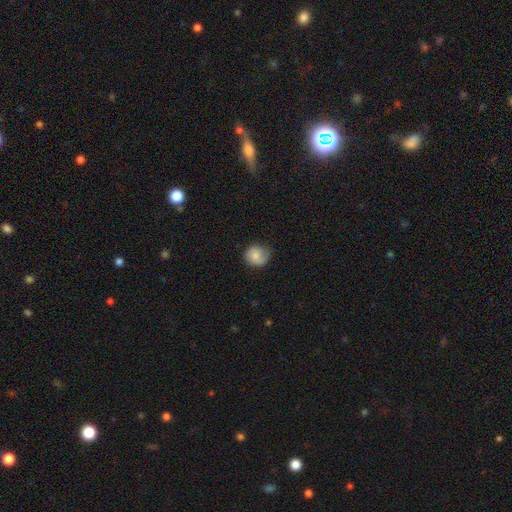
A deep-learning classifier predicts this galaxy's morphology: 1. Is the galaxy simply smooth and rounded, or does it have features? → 76% smooth, 17% featured or disk, 8% star or artifact.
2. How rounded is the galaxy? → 83% round, 16% in between, 1% cigar-shaped.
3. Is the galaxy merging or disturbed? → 65% none, 26% minor disturbance, 7% major disturbance, 1% merger.